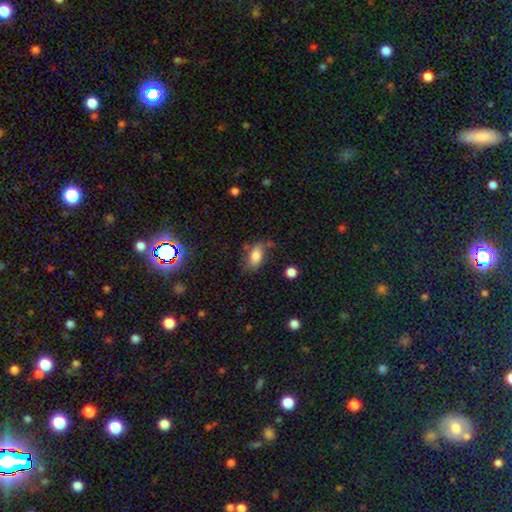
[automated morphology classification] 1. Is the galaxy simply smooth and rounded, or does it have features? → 79% smooth, 13% featured or disk, 9% star or artifact.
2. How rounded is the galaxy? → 89% in between, 6% round, 5% cigar-shaped.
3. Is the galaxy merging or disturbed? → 61% none, 25% minor disturbance, 9% major disturbance, 6% merger.